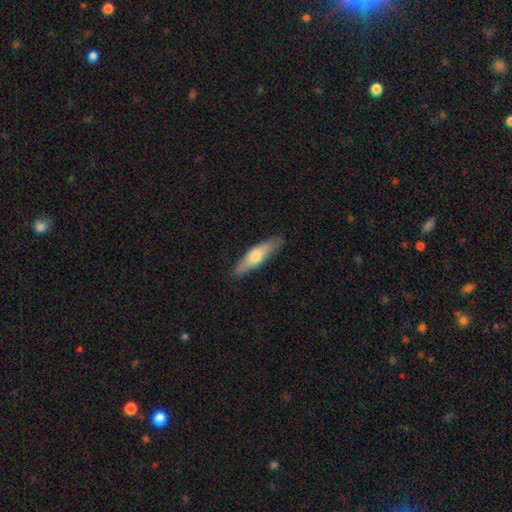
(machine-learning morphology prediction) A smooth galaxy with no disk features (59%) that is cigar-shaped (70%). Merging: none (86%).